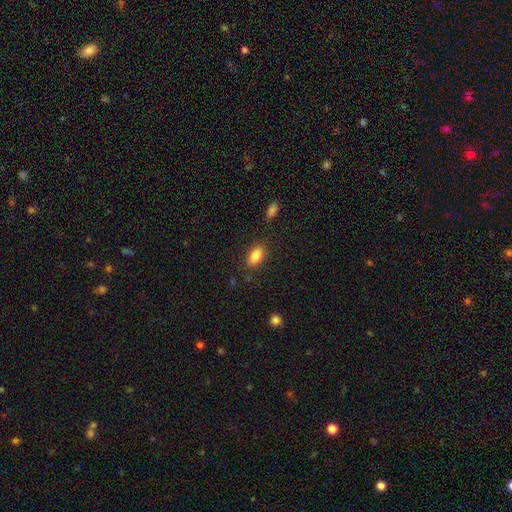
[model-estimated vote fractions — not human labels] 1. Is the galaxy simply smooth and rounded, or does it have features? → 86% smooth, 8% star or artifact, 6% featured or disk.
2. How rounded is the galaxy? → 89% in between, 6% round, 5% cigar-shaped.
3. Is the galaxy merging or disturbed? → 83% none, 11% minor disturbance, 3% major disturbance, 3% merger.